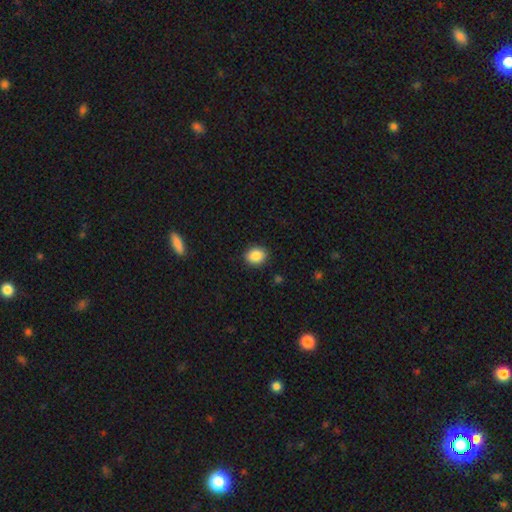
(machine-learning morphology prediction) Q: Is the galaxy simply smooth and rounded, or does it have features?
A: smooth — 87%.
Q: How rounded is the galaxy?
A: round — 60%.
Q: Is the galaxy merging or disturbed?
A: none — 90%.